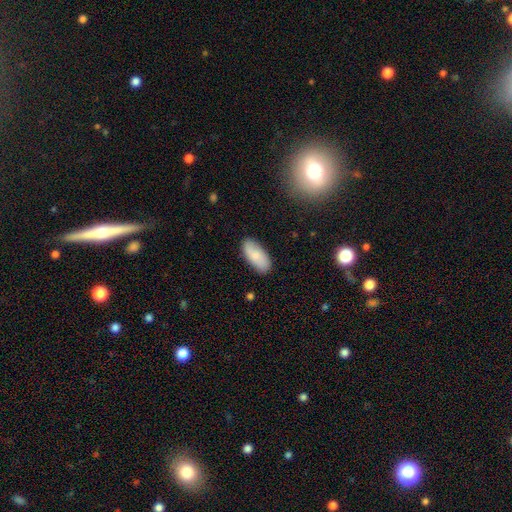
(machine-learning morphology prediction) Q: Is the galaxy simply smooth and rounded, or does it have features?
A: smooth — 75%.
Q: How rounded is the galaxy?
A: in between — 90%.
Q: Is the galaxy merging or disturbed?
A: none — 83%.